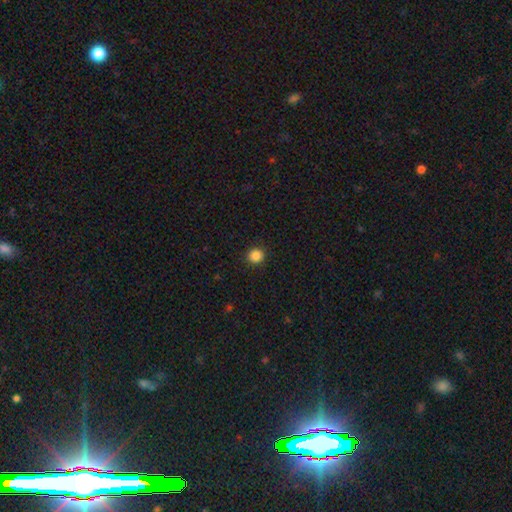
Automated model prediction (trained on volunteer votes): This appears to be a smooth galaxy with no disk features (86%) that is round (90%). Merging: none (92%).